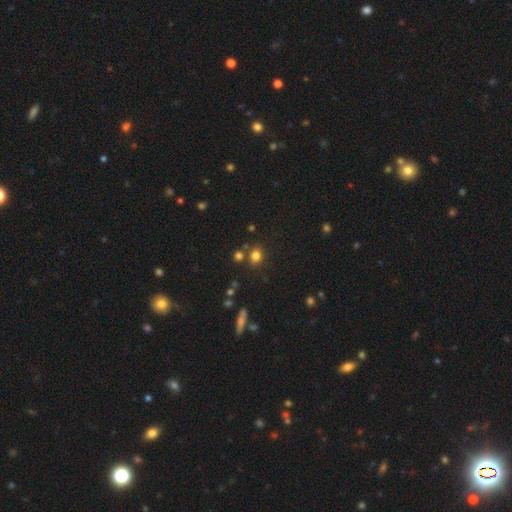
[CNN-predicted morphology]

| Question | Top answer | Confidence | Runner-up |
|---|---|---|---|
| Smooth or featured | smooth | 78% | star or artifact (15%) |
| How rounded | round | 55% | in between (44%) |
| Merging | none | 71% | merger (13%) |